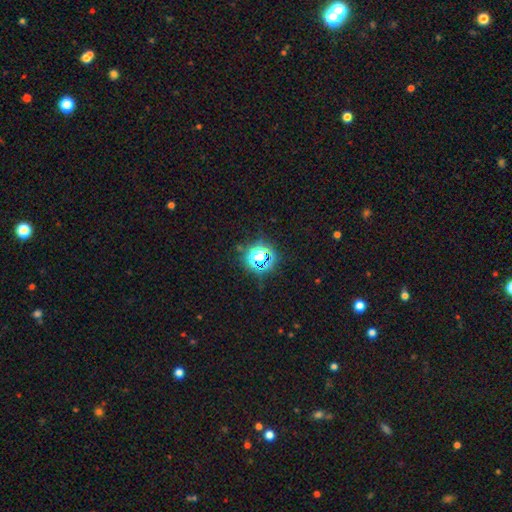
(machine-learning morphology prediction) This appears to be a star or artifact, not a galaxy (67%).